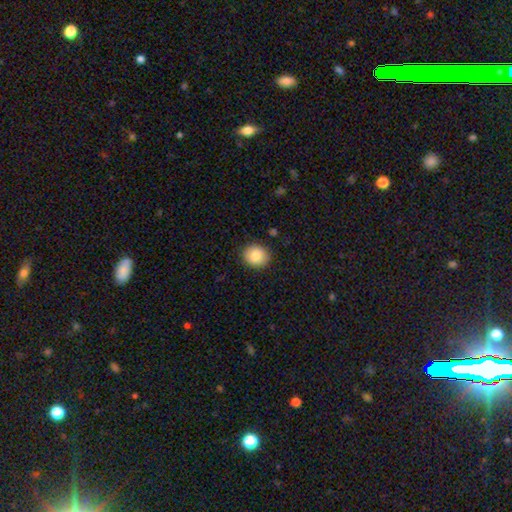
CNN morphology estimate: A smooth galaxy with no disk features (85%) that is round (74%). Merging: none (89%).